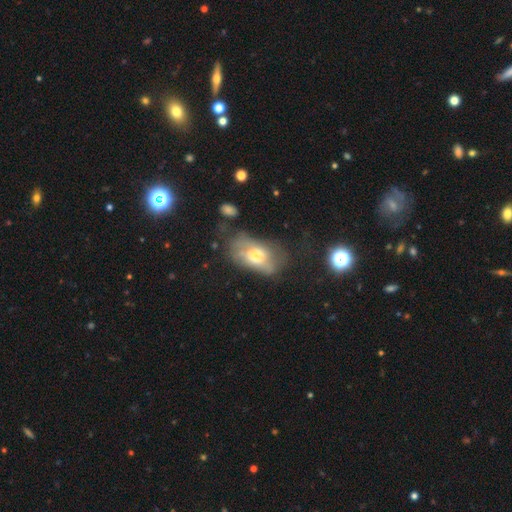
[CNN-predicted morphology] This is possibly a smooth galaxy (49%). Merging: marginally none (36%).